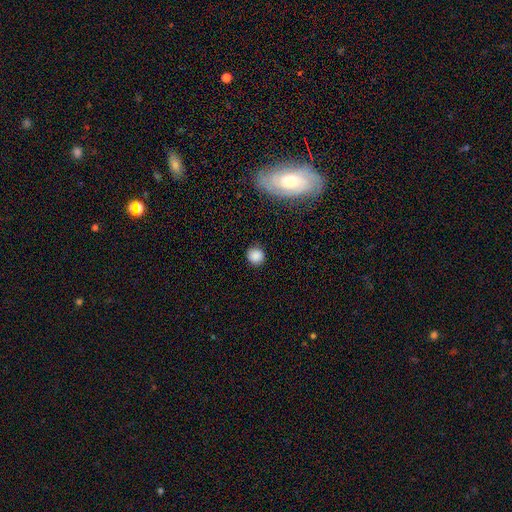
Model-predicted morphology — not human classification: smooth_or_featured: smooth (p=0.84) [alt: star or artifact p=0.11]
how_rounded: round (p=0.90) [alt: in between p=0.09]
merging: none (p=0.88) [alt: minor disturbance p=0.08]